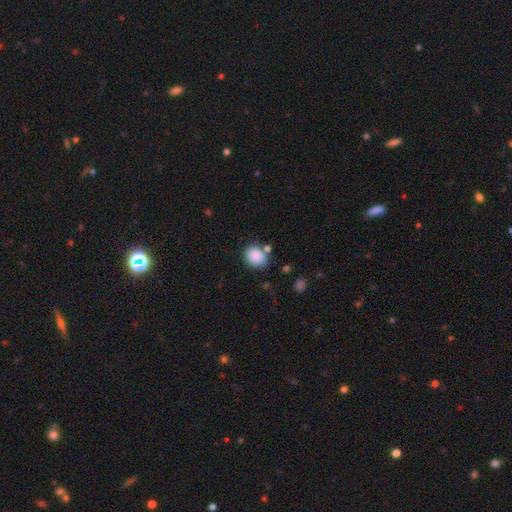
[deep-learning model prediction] Smooth or featured: smooth — 88% (star or artifact — 8%)
How rounded: round — 61% (in between — 38%)
Merging: none — 73% (minor disturbance — 14%)